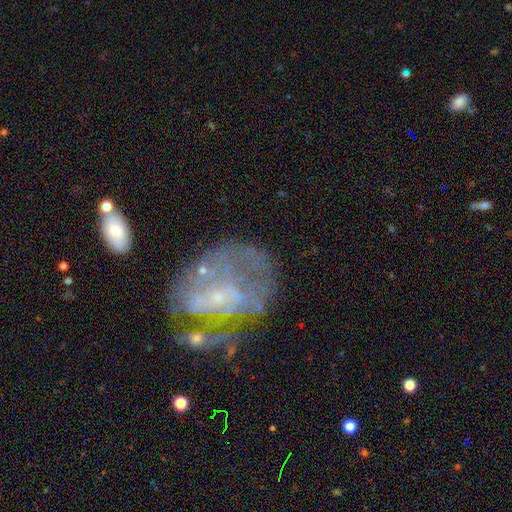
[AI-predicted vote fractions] A featured or disk galaxy (64%) with no bar (78%), no spiral arms (60%) and a small central bulge (65%). Merging: major disturbance (33%).